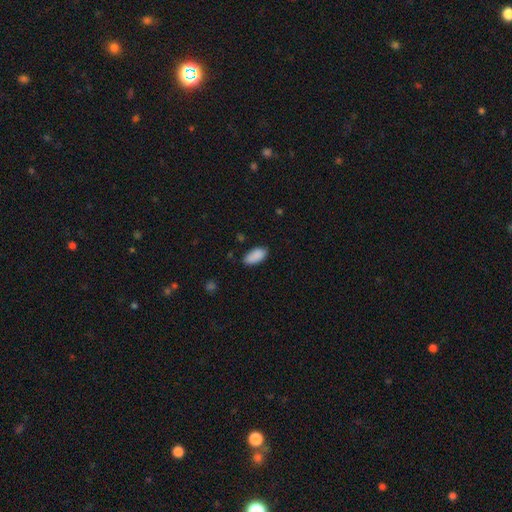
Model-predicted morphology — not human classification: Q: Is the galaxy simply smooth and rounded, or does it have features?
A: smooth — 89%.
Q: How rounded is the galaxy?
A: in between — 92%.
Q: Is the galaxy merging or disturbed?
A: none — 80%.